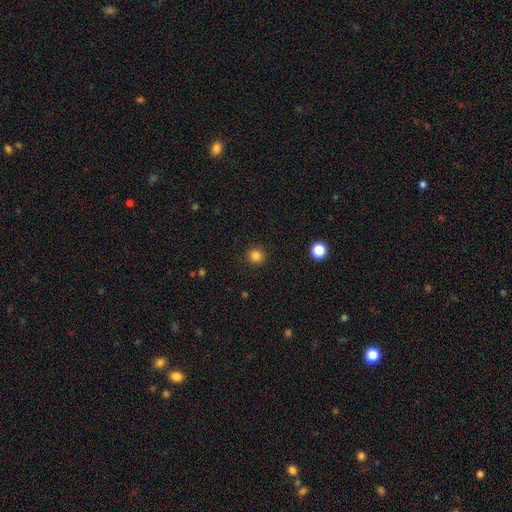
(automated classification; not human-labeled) smooth 84%, star or artifact 12%, featured or disk 4%. Down the decision tree: how rounded — round (93%); merging — none (91%).